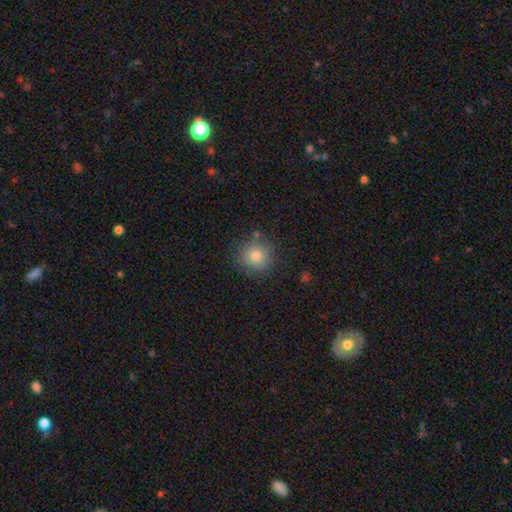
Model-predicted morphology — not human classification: smooth 81%, star or artifact 12%, featured or disk 7%. Down the decision tree: how rounded — round (92%); merging — none (84%).